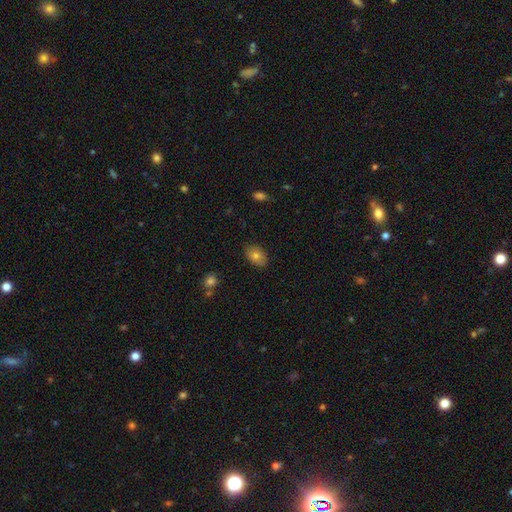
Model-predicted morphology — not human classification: Overall: smooth (75%). How rounded: in between (82%). Merging: none (84%).